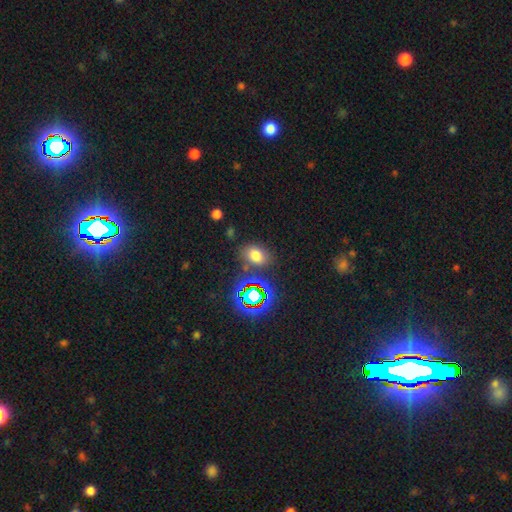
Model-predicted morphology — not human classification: Smooth or featured? smooth (68%)
How rounded? in between (73%)
Merging? none (75%)